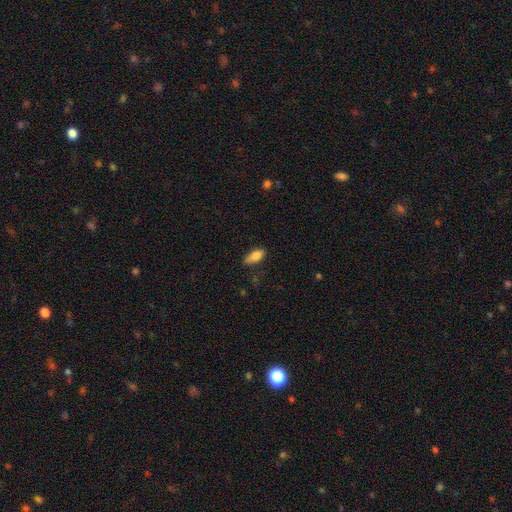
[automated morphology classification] smooth 81%, featured or disk 11%, star or artifact 8%. Down the decision tree: how rounded — in between (82%); merging — none (57%).